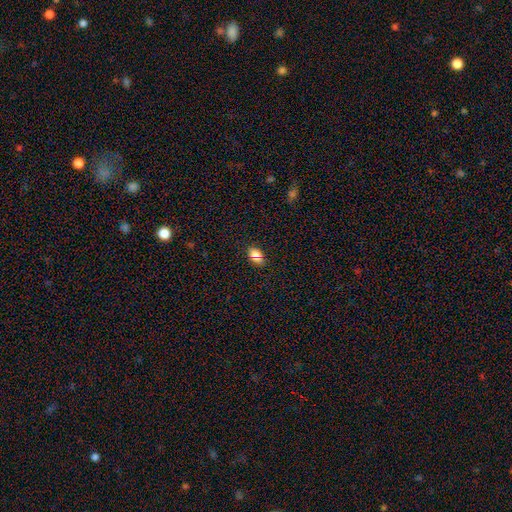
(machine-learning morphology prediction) Smooth or featured? smooth (74%)
How rounded? in between (79%)
Merging? none (81%)